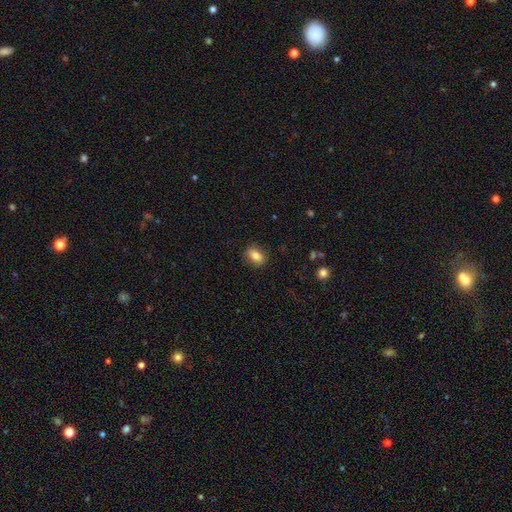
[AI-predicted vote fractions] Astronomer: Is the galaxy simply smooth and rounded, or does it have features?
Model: smooth — 79%.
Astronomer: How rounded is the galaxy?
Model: in between — 76%.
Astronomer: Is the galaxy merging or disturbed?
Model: none — 86%.